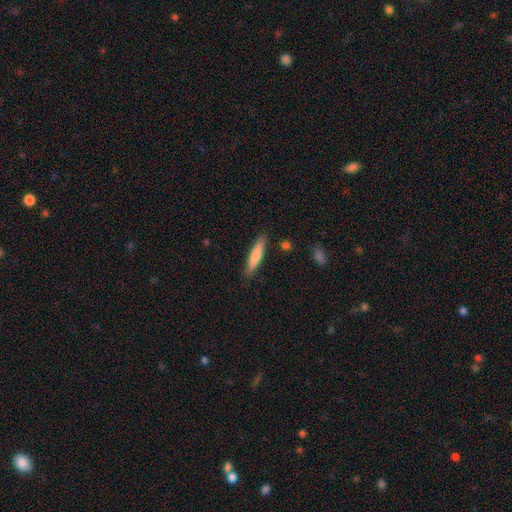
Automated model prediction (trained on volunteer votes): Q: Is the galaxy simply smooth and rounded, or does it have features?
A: smooth — 72%.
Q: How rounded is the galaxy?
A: cigar-shaped — 84%.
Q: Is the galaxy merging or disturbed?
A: none — 86%.